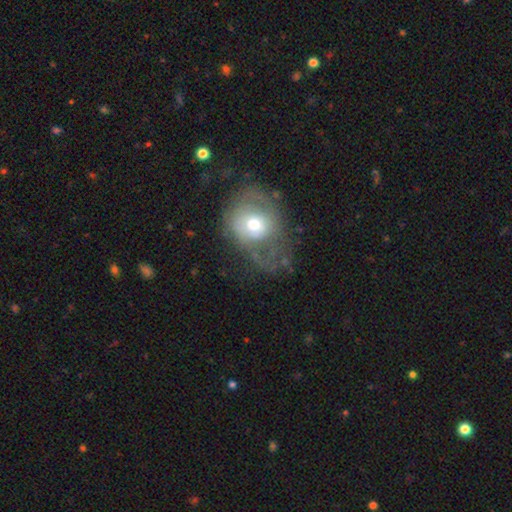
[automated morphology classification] This appears to be a featured or disk galaxy (43%). Merging: none (43%).